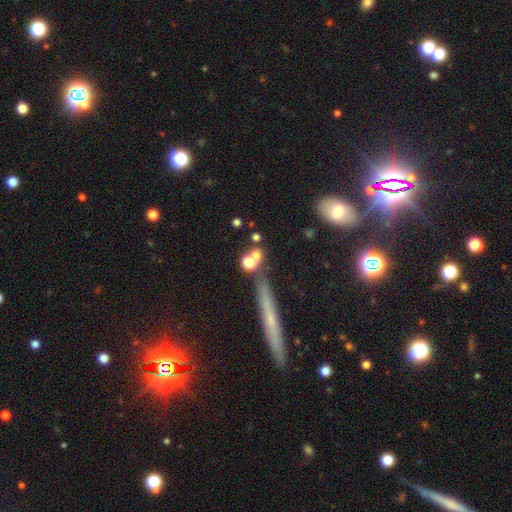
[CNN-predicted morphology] A smooth galaxy with no disk features (64%) that is round (75%). Merging: none (57%).